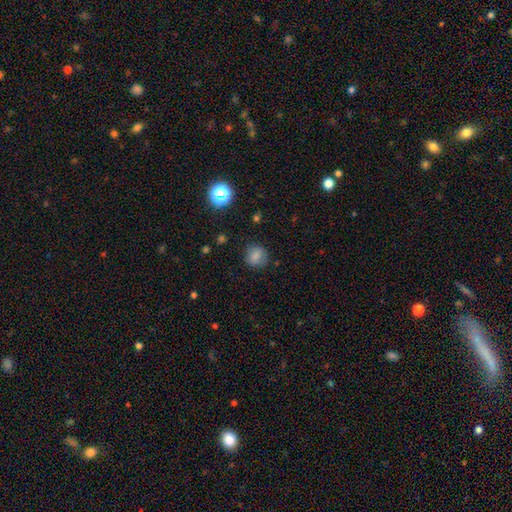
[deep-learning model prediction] Smooth or featured? Predicted: smooth (p=0.80). How rounded? Predicted: round (p=0.85). Merging? Predicted: none (p=0.82).